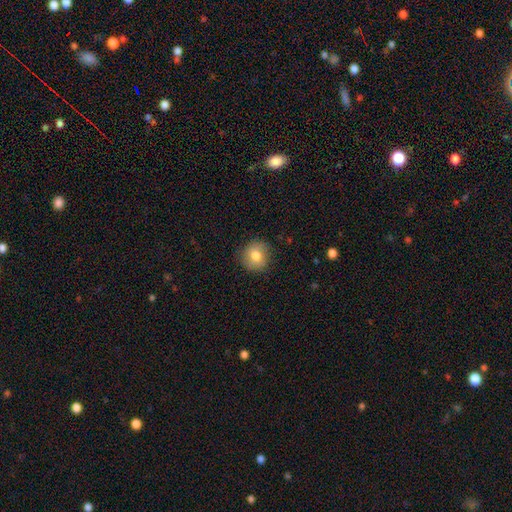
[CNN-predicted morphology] The model was most divided on "smooth or featured": smooth: 78%, featured or disk: 13%, star or artifact: 9%. More confident: how rounded — round (87%); merging — none (83%).